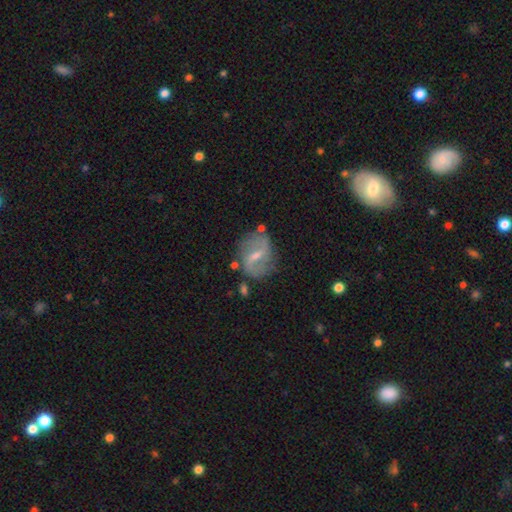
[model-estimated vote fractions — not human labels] A featured or disk galaxy (74%) with a weak bar (49%), 2 (84%) loose (47%) spiral arms (83%) and a small central bulge (57%).

Vote fractions:
- Smooth or featured? featured or disk: 74% / smooth: 18% / star or artifact: 8%
- Edge-on disk? no: 95% / yes: 5%
- Bar? weak: 49% / strong: 35% / no: 16%
- Spiral arms? yes: 83% / no: 17%
- Spiral winding? loose: 47% / medium: 38% / tight: 15%
- Spiral arm count? 2: 84% / can't tell: 9% / 1: 3% / 3: 1% / 4: 1% / more than 4: 1%
- Bulge size? small: 57% / moderate: 36% / none: 5% / large: 1% / dominant: 1%
- Merging? none: 71% / minor disturbance: 18% / major disturbance: 7% / merger: 4%